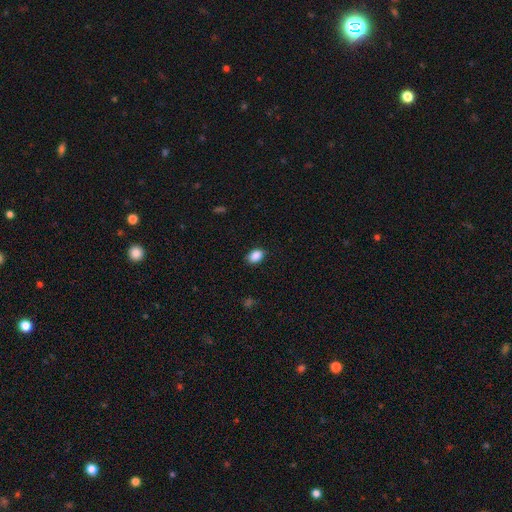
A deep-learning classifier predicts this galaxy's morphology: smooth-or-featured: smooth: 89% | star or artifact: 8% | featured or disk: 3%
  how-rounded: in between: 81% | round: 18% | cigar-shaped: 1%
  merging: none: 84% | minor disturbance: 12% | major disturbance: 3% | merger: 1%